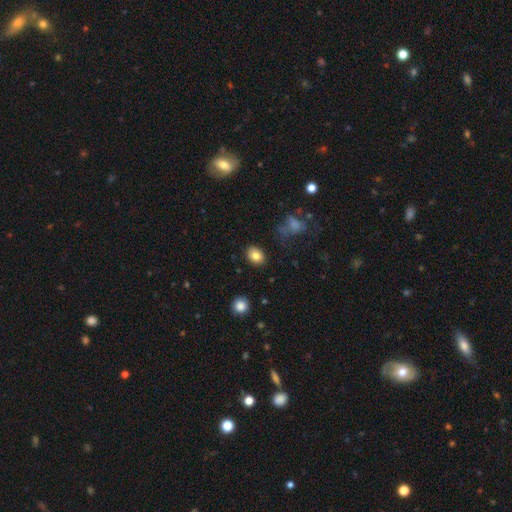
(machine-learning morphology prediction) smooth 82%, star or artifact 9%, featured or disk 9%. Down the decision tree: how rounded — in between (62%); merging — none (87%).